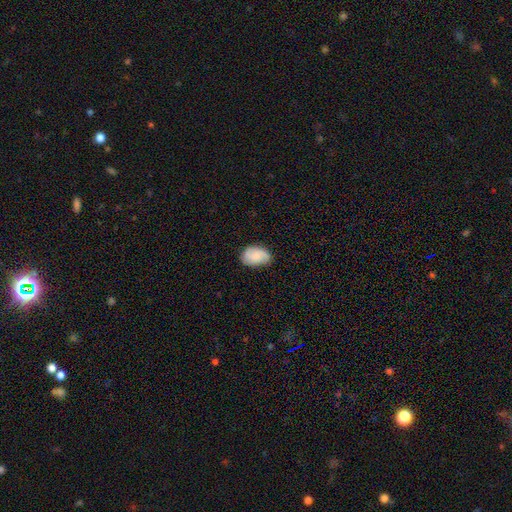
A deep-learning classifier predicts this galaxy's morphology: Smooth or featured: smooth — 65% (featured or disk — 27%)
How rounded: in between — 87% (round — 12%)
Merging: none — 70% (minor disturbance — 24%)